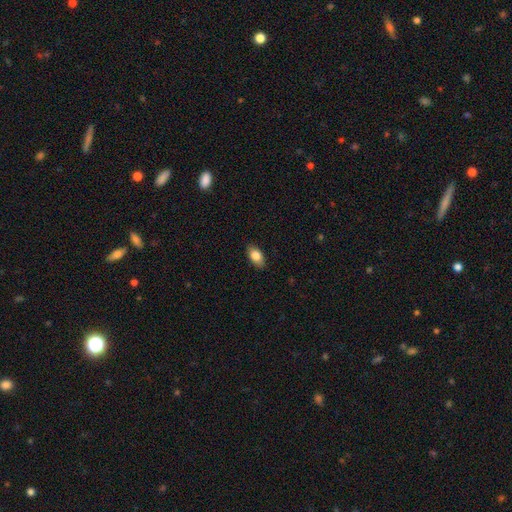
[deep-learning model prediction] smooth 83%, featured or disk 10%, star or artifact 7%. Down the decision tree: how rounded — in between (91%); merging — none (88%).